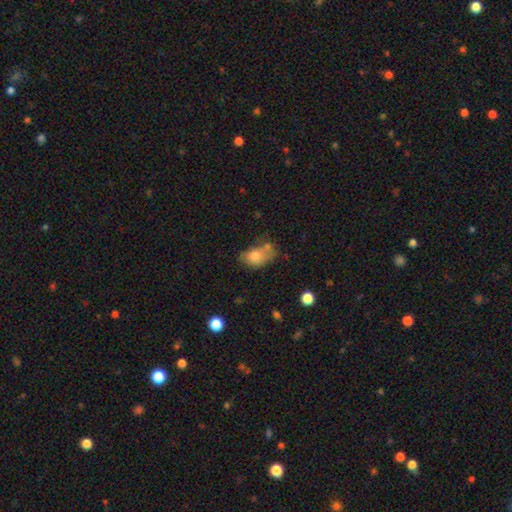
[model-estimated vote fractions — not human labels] Smooth or featured: smooth — 74% (featured or disk — 16%)
How rounded: in between — 77% (round — 21%)
Merging: none — 42% (minor disturbance — 26%)